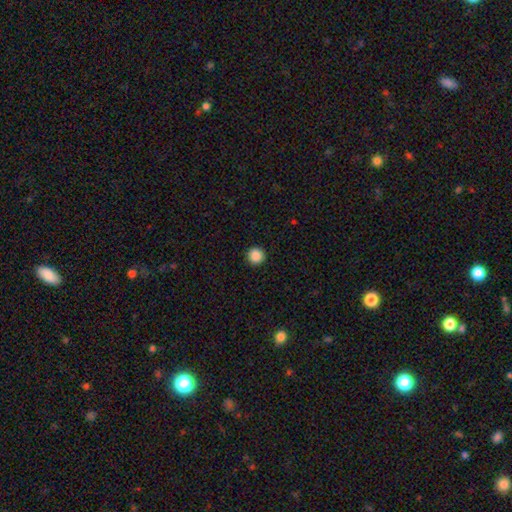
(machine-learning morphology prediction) A smooth galaxy with no disk features (88%) that is round (95%). Merging: none (93%).